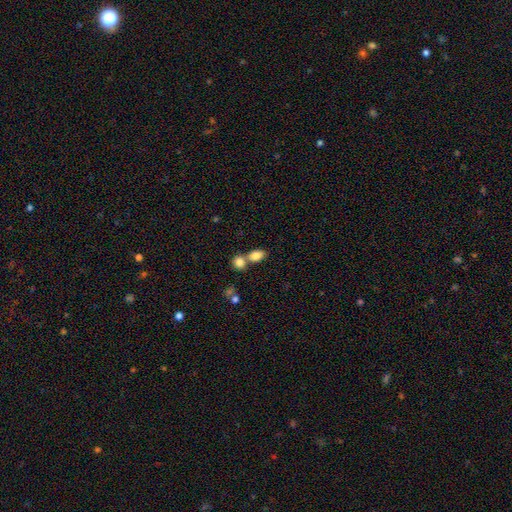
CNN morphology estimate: Smooth or featured? smooth (84%)
How rounded? in between (81%)
Merging? merger (48%)